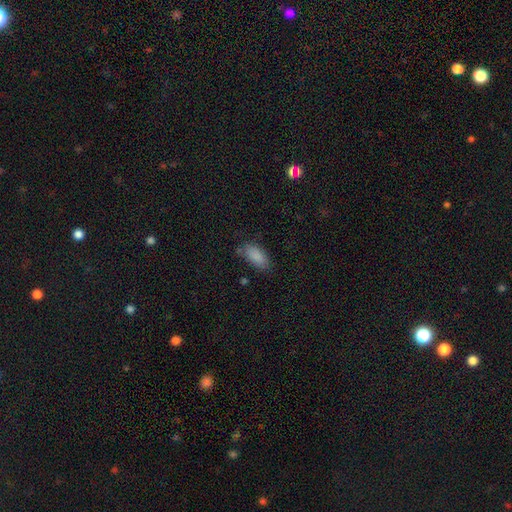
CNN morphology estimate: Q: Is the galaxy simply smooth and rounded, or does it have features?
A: smooth — 87%.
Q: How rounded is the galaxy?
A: in between — 89%.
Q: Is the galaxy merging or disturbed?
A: none — 72%.